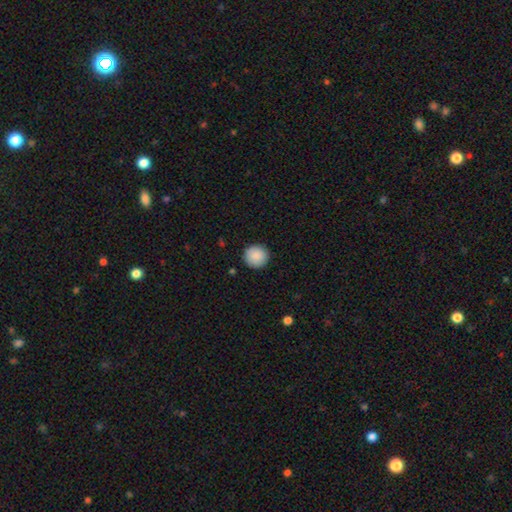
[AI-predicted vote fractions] smooth 89%, star or artifact 7%, featured or disk 3%. Down the decision tree: how rounded — round (96%); merging — none (92%).